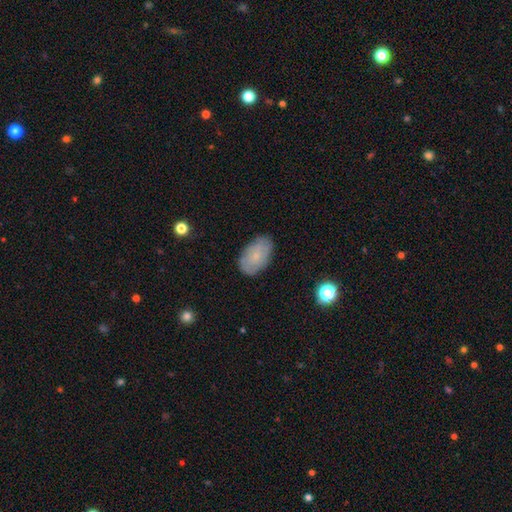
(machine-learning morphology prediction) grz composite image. It shows a smooth galaxy with no disk features (65%) that is in between round and cigar-shaped (92%). Merging: none (81%).